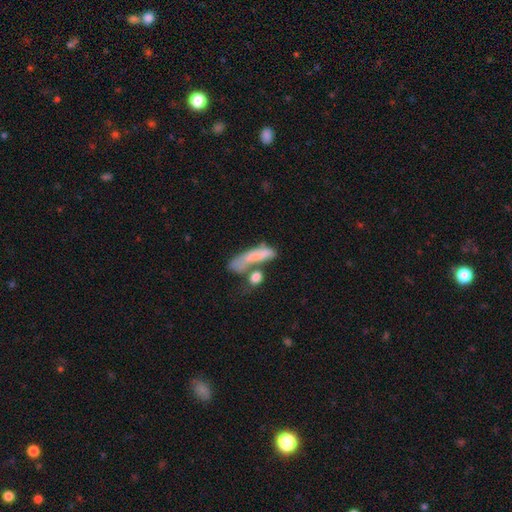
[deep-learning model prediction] Overall: smooth (64%; featured or disk 26%). How rounded: cigar-shaped (65%; in between 30%). Merging: merger (34%; none 30%).